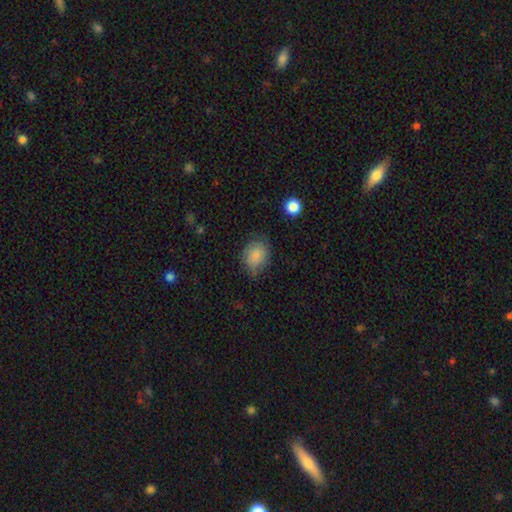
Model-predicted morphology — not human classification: Q: Smooth or featured?
A: smooth (81%); runner-up: featured or disk (10%)
Q: How rounded?
A: round (51%); runner-up: in between (48%)
Q: Merging?
A: none (63%); runner-up: minor disturbance (27%)